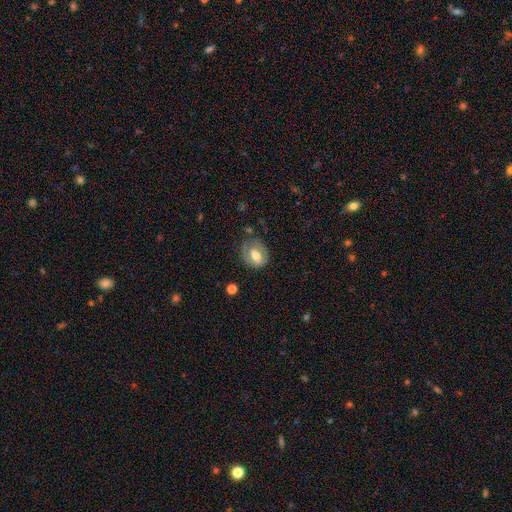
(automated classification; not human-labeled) Smooth or featured?
  - smooth: 53% *
  - featured or disk: 40%
  - star or artifact: 8%
How rounded?
  - in between: 58% *
  - round: 40%
  - cigar-shaped: 2%
Merging?
  - none: 61% *
  - minor disturbance: 24%
  - major disturbance: 12%
  - merger: 3%